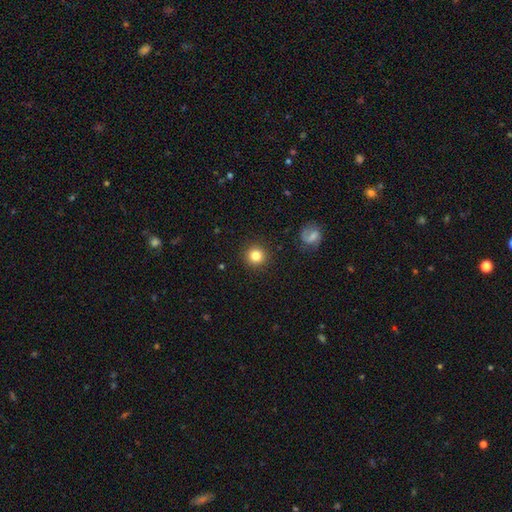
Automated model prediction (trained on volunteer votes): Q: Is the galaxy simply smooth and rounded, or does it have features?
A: smooth — 83%.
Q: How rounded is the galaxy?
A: round — 95%.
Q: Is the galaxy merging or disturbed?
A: none — 91%.